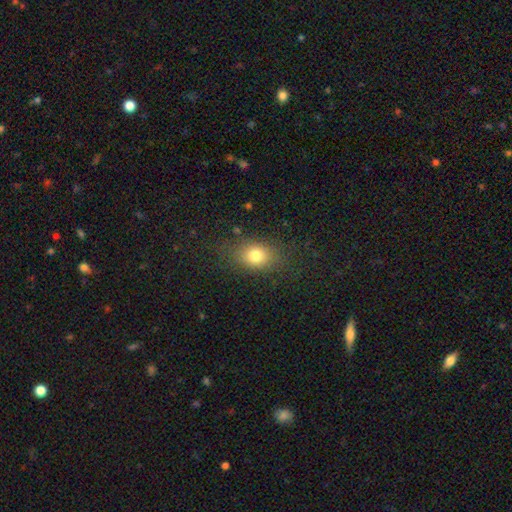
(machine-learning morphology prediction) smooth-or-featured: smooth: 79% | star or artifact: 12% | featured or disk: 10%
  how-rounded: in between: 65% | round: 33% | cigar-shaped: 2%
  merging: none: 80% | minor disturbance: 13% | major disturbance: 6% | merger: 1%